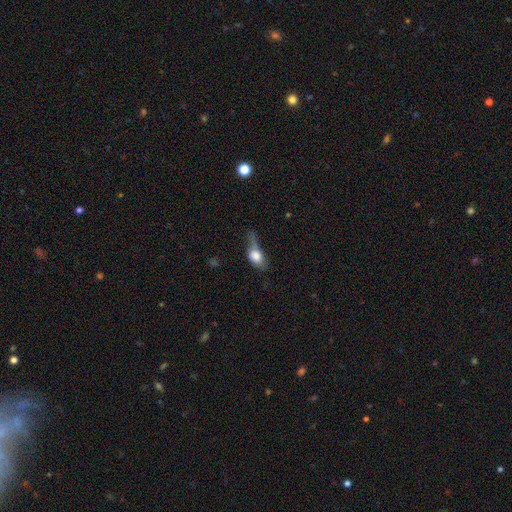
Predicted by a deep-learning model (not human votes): smooth_or_featured: smooth (p=0.72) [alt: featured or disk p=0.19]
how_rounded: in between (p=0.71) [alt: round p=0.22]
merging: major disturbance (p=0.43) [alt: minor disturbance p=0.26]